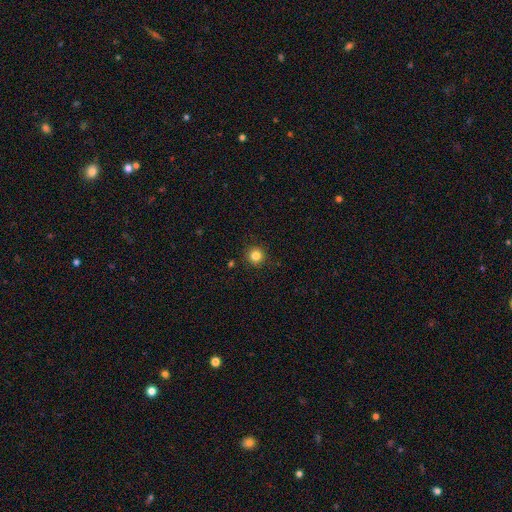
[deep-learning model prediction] This is clearly a smooth galaxy (83%). How rounded: clearly round (95%). Merging: clearly none (92%).